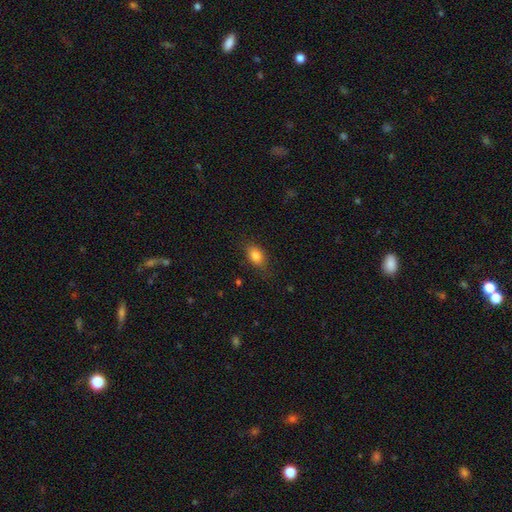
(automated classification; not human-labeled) A smooth galaxy with no disk features (83%) that is in between round and cigar-shaped (81%). Merging: none (79%).